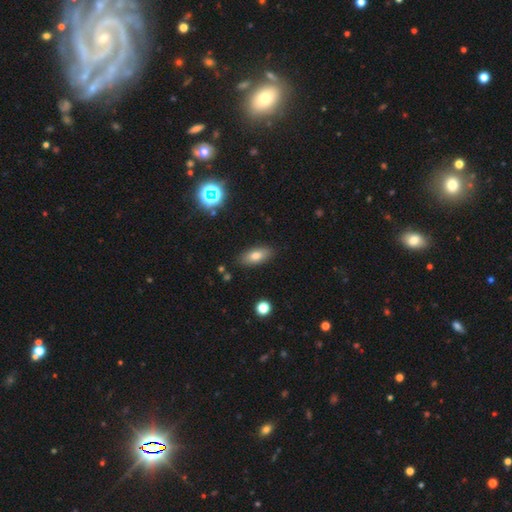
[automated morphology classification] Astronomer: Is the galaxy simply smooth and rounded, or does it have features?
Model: smooth — 75%.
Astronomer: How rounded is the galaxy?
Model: in between — 84%.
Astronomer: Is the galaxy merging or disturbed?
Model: none — 86%.